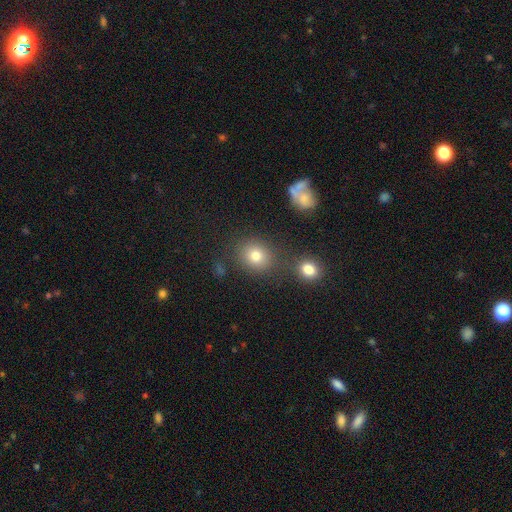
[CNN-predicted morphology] type=smooth (77%); roundness=round (75%); merging=none (75%).